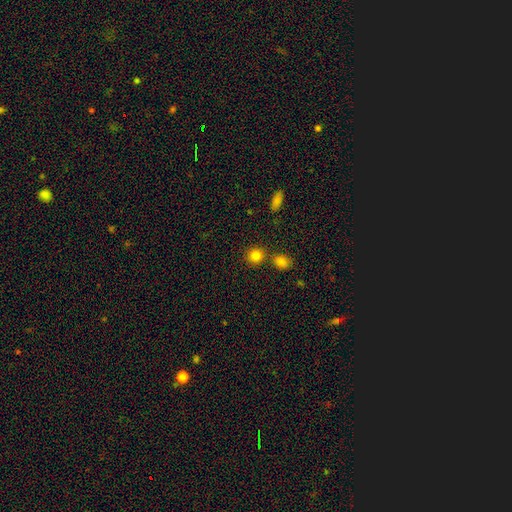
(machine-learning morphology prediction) type=smooth (82%); roundness=round (89%); merging=none (76%).